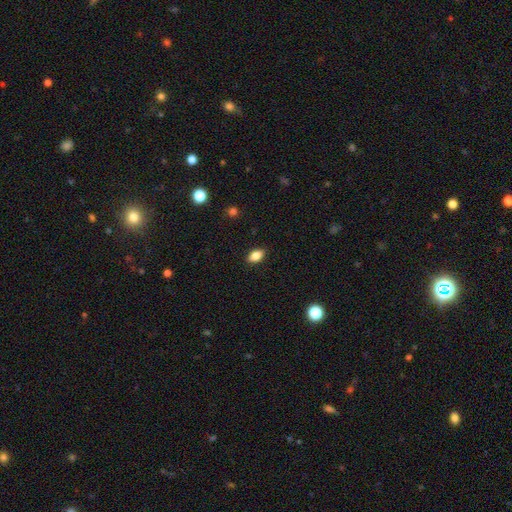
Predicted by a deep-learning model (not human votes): Smooth or featured? Predicted: smooth (p=0.82). How rounded? Predicted: in between (p=0.88). Merging? Predicted: none (p=0.88).